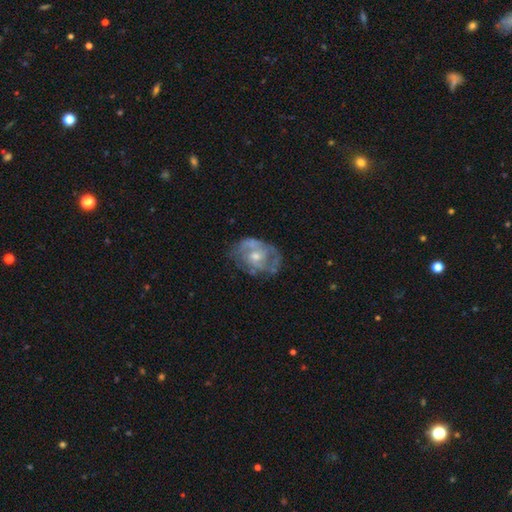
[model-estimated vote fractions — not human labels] Overall: featured or disk (73%). Edge-on disk: no (97%). Bar: no (72%). Spiral arms: yes (67%; no 33%). Bulge size: moderate (51%; small 42%). Merging: none (59%; minor disturbance 24%).